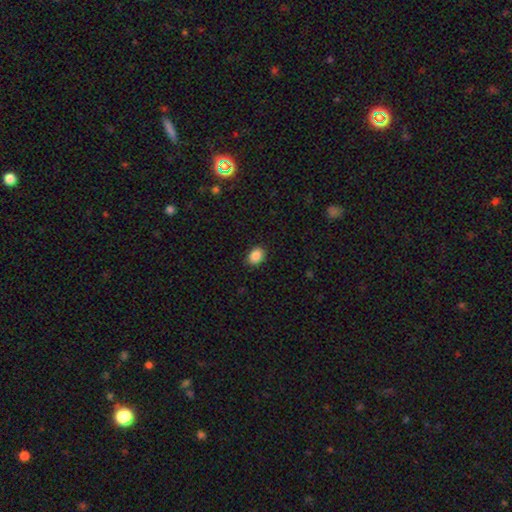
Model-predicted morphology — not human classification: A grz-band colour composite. It shows a smooth galaxy with no disk features (89%) that is in between round and cigar-shaped (71%). Merging: none (87%).